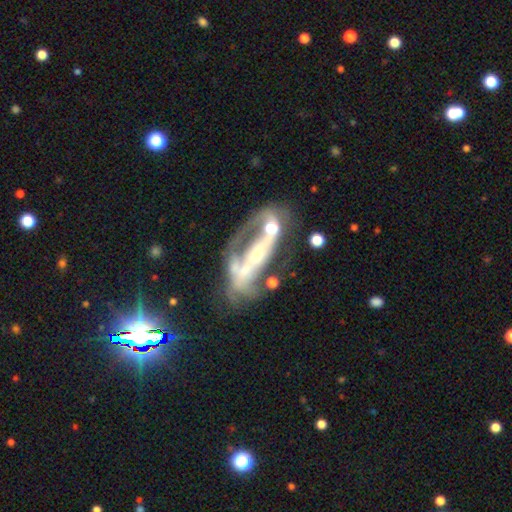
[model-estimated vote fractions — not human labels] Smooth or featured? Predicted: featured or disk (p=0.70). Edge-on disk? Predicted: no (p=0.83). Bar? Predicted: no (p=0.56). Spiral arms? Predicted: no (p=0.54). Bulge size? Predicted: small (p=0.40). Merging? Predicted: major disturbance (p=0.32).